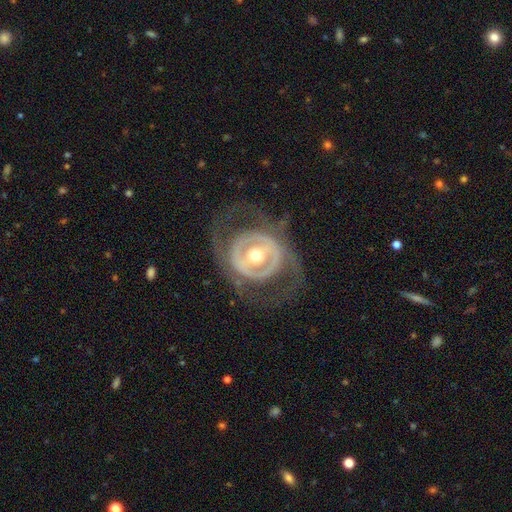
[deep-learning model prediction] Morphology: type=featured or disk (81%); edge-on=no (95%); bar=strong (35%); spiral arms=no (51%); bulge=moderate (72%); merging=none (66%).